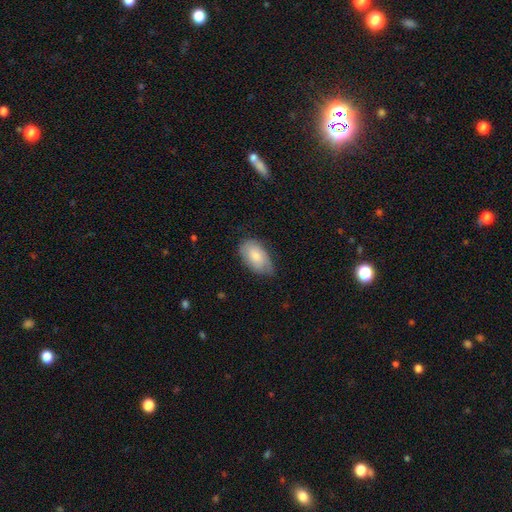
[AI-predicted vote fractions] Q: Smooth or featured?
A: smooth (75%); runner-up: featured or disk (19%)
Q: How rounded?
A: in between (94%); runner-up: round (4%)
Q: Merging?
A: none (61%); runner-up: minor disturbance (31%)